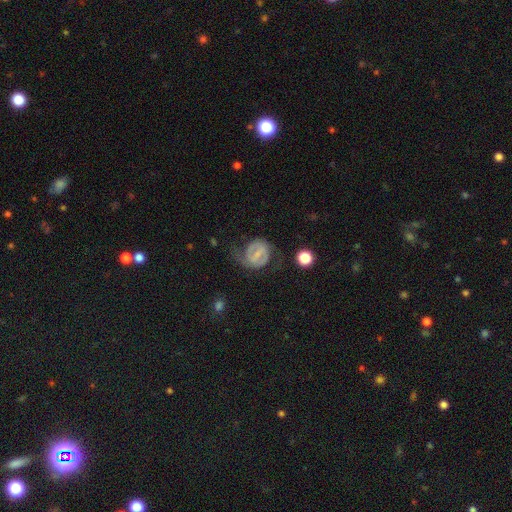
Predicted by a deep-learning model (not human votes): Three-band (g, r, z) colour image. It shows a featured or disk galaxy (71%) with a weak bar (44%), 2 (78%) medium (45%) spiral arms (84%) and a small central bulge (51%). Merging: none (56%).